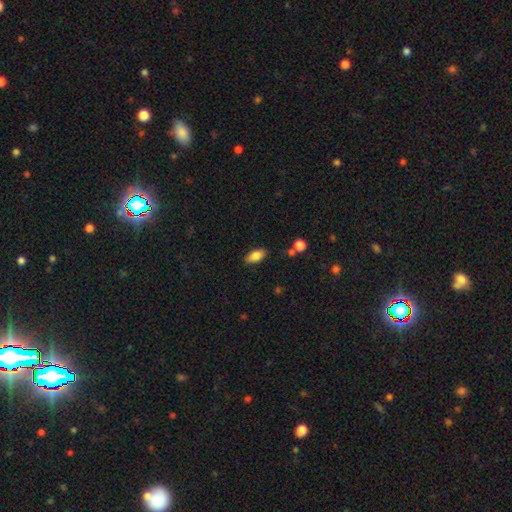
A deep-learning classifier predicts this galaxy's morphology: Overall: smooth (83%). How rounded: in between (90%). Merging: none (83%).